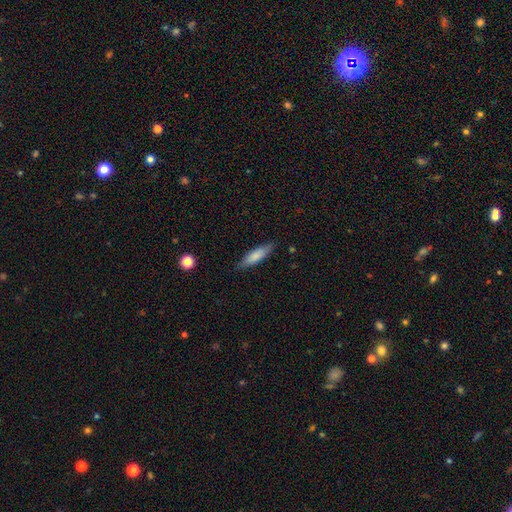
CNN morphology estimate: This appears to be a smooth galaxy with no disk features (78%) that is cigar-shaped (65%). Merging: none (83%).